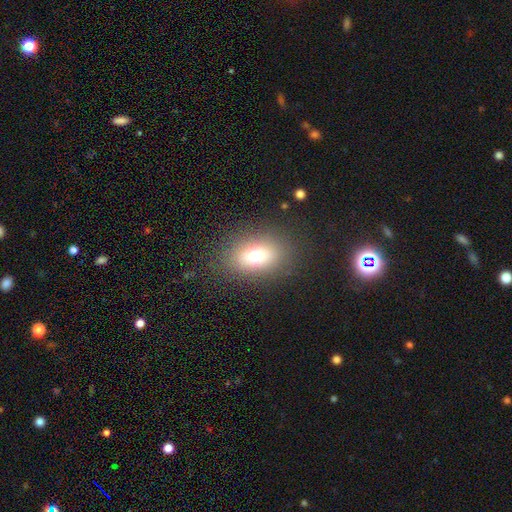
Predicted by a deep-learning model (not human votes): Overall: smooth (72%). How rounded: in between (72%). Merging: none (84%).